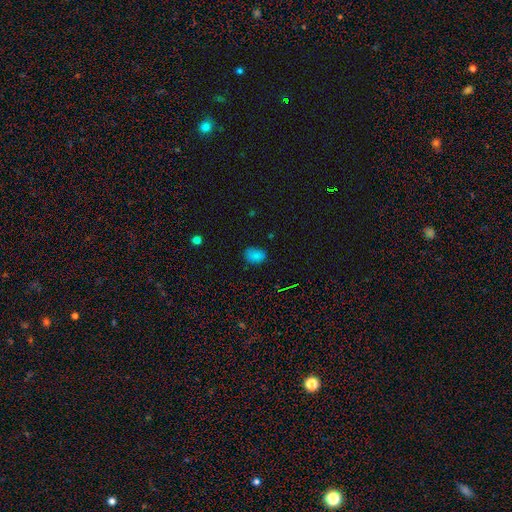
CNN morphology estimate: Smooth or featured?
  - smooth: 80% *
  - star or artifact: 15%
  - featured or disk: 5%
How rounded?
  - in between: 82% *
  - round: 17%
  - cigar-shaped: 1%
Merging?
  - none: 76% *
  - minor disturbance: 19%
  - major disturbance: 4%
  - merger: 2%